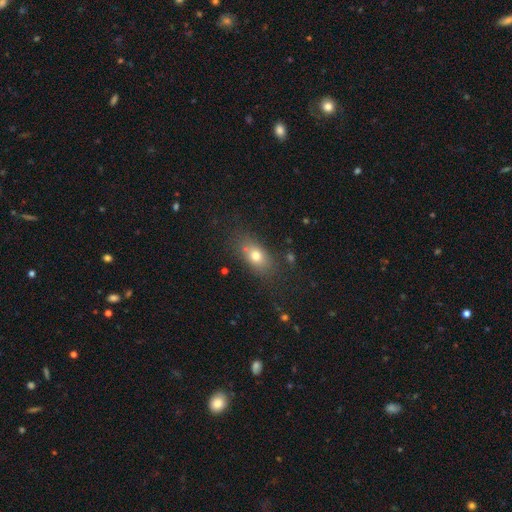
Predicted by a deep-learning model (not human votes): smooth 73%, featured or disk 15%, star or artifact 12%. Down the decision tree: how rounded — in between (76%); merging — none (74%).